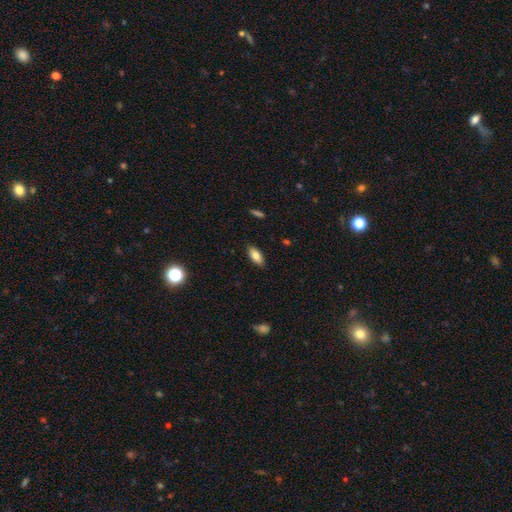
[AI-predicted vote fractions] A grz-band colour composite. It shows a smooth galaxy with no disk features (82%) that is in between round and cigar-shaped (87%). Merging: none (88%).